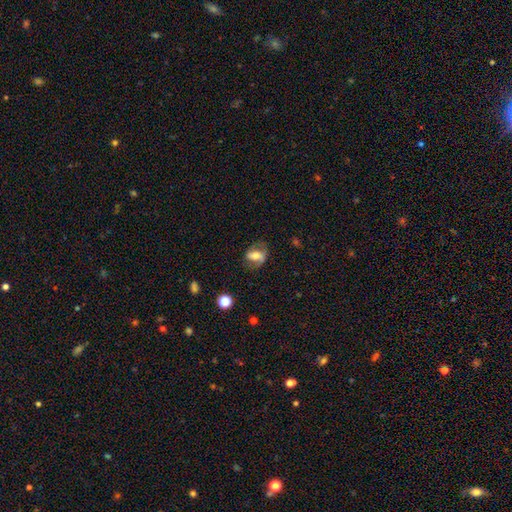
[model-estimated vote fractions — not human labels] Q: Smooth or featured?
A: featured or disk (47%); runner-up: smooth (44%)
Q: Merging?
A: none (61%); runner-up: minor disturbance (22%)